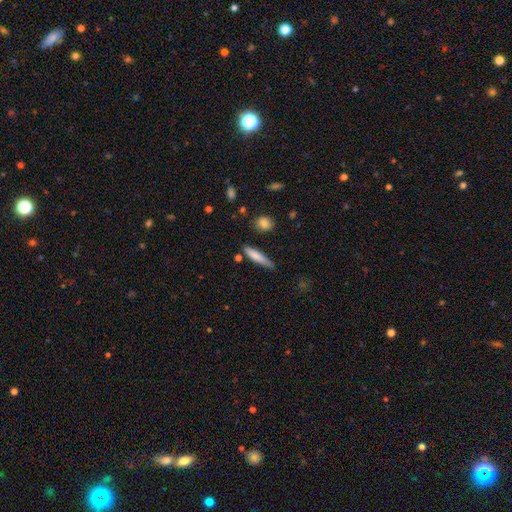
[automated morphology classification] smooth_or_featured: smooth (p=0.76) [alt: featured or disk p=0.17]
how_rounded: cigar-shaped (p=0.85) [alt: in between p=0.13]
merging: none (p=0.72) [alt: minor disturbance p=0.20]